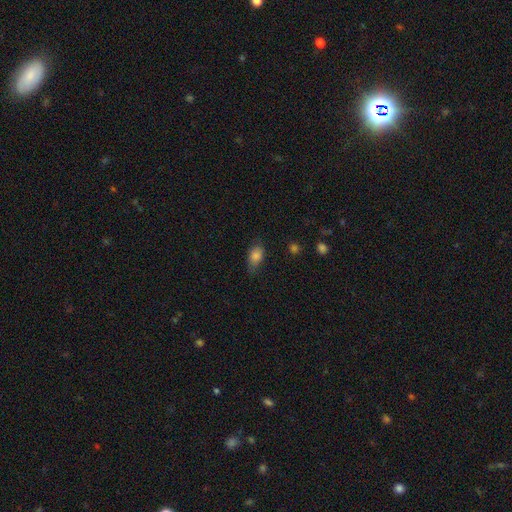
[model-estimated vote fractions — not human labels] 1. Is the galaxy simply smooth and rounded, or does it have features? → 83% smooth, 9% star or artifact, 8% featured or disk.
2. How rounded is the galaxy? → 85% in between, 10% round, 5% cigar-shaped.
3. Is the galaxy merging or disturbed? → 68% none, 25% minor disturbance, 6% major disturbance, 1% merger.